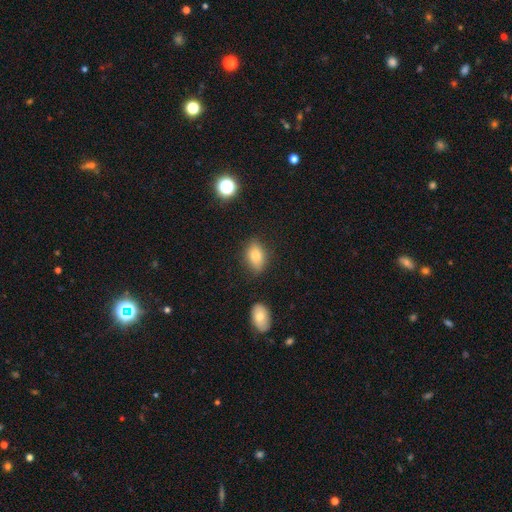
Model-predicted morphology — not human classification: This appears to be a smooth galaxy with no disk features (80%) that is in between round and cigar-shaped (86%). Merging: none (79%).